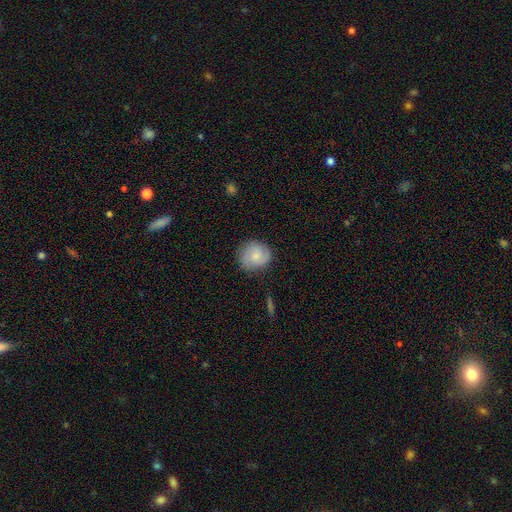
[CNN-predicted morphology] Q: Smooth or featured?
A: smooth (56%); runner-up: featured or disk (37%)
Q: How rounded?
A: round (86%); runner-up: in between (13%)
Q: Merging?
A: none (79%); runner-up: minor disturbance (15%)